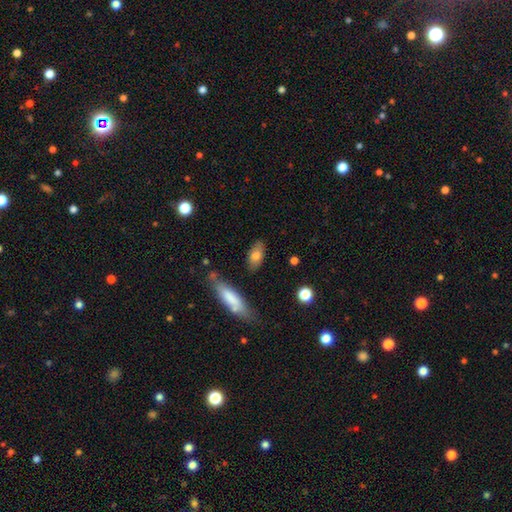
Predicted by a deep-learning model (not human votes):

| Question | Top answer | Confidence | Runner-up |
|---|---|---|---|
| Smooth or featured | smooth | 77% | featured or disk (16%) |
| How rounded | in between | 84% | cigar-shaped (13%) |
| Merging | none | 76% | minor disturbance (16%) |